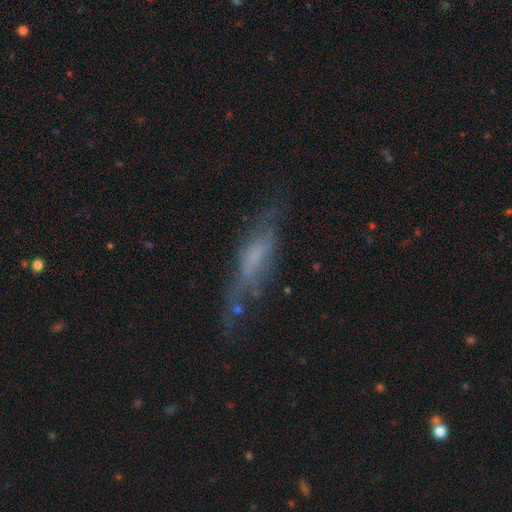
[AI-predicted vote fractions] This is possibly a featured or disk galaxy (52%). It is possibly not viewed edge-on (50%, tied with yes). Merging: possibly none (45%).